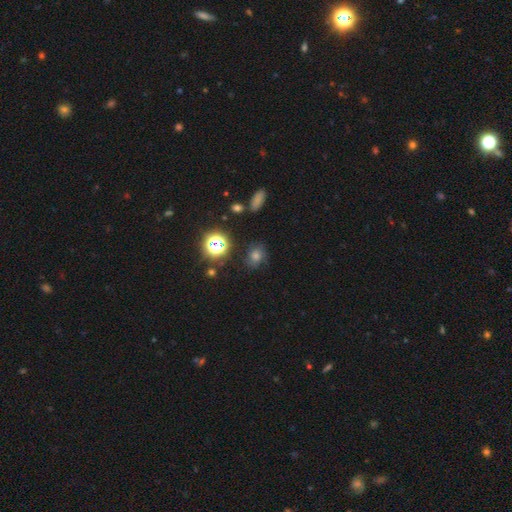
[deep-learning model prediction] smooth_or_featured: smooth (p=0.51) [alt: star or artifact p=0.37]
how_rounded: round (p=0.58) [alt: in between p=0.40]
merging: none (p=0.80) [alt: minor disturbance p=0.13]